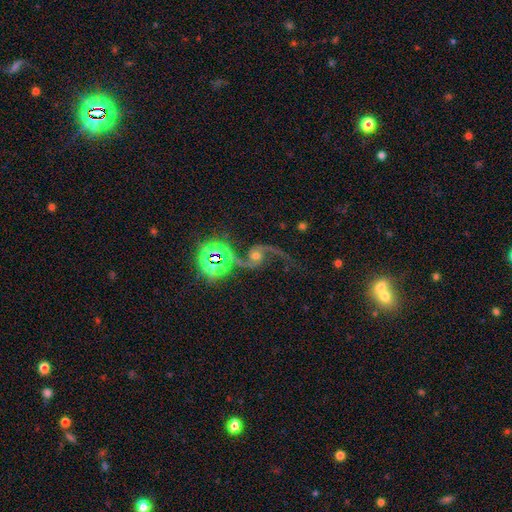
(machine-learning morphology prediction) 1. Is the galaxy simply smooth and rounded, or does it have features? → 80% featured or disk, 15% star or artifact, 5% smooth.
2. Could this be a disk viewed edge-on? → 97% no, 3% yes.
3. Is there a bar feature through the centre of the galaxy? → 68% no, 23% weak, 9% strong.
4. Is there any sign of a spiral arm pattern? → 96% yes, 4% no.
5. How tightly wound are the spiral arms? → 79% loose, 18% medium, 3% tight.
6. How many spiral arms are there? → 92% 2, 4% 1, 1% can't tell, 1% 3, 1% 4, 1% more than 4.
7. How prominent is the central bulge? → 64% moderate, 21% small, 10% large, 3% none, 2% dominant.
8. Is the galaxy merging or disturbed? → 61% none, 17% major disturbance, 15% minor disturbance, 7% merger.